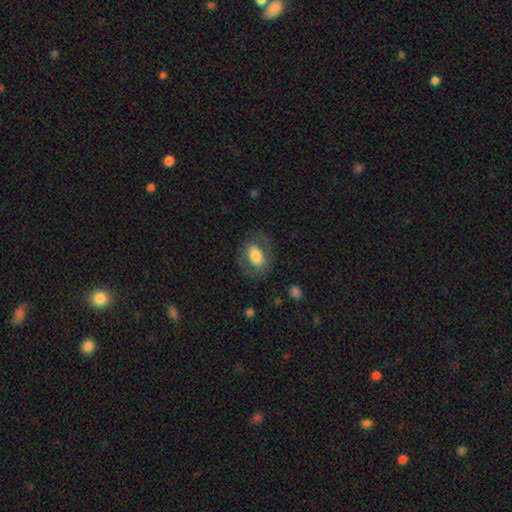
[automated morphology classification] Smooth or featured? Predicted: smooth (p=0.65). How rounded? Predicted: in between (p=0.80). Merging? Predicted: none (p=0.72).